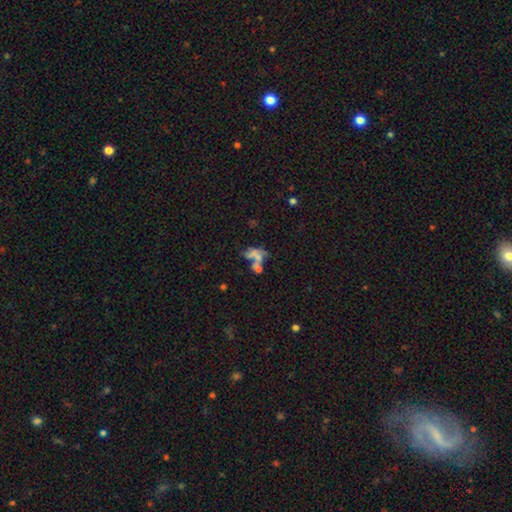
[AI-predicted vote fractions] A featured or disk galaxy (42%).

Vote fractions:
- Smooth or featured? featured or disk: 42% / smooth: 36% / star or artifact: 22%
- Merging? merger: 48% / none: 21% / major disturbance: 21% / minor disturbance: 10%